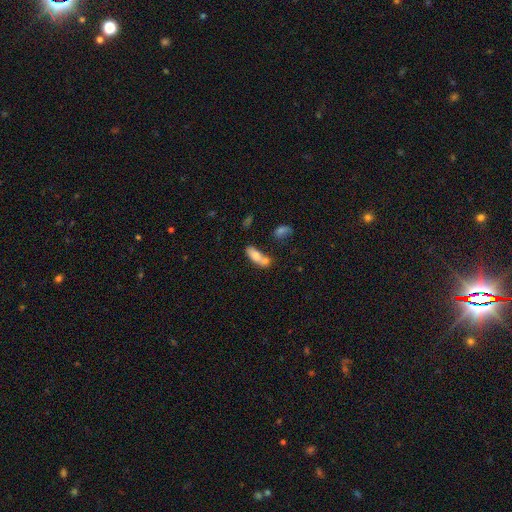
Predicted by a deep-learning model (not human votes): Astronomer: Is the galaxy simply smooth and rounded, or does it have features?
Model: smooth — 74%.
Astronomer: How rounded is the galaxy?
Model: in between — 73%.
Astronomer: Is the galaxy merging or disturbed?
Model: merger — 51% (runner-up: none, 30%).